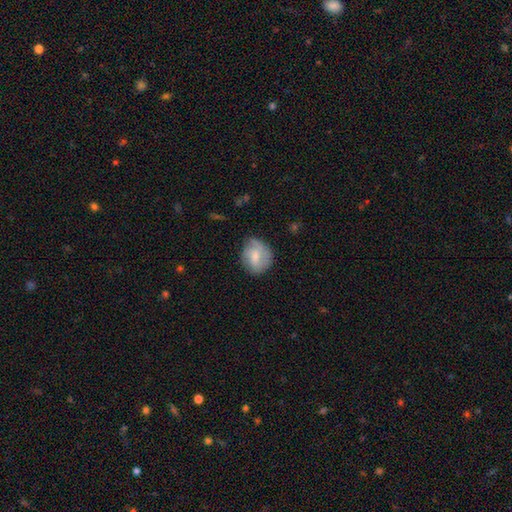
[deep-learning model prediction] Overall: smooth (63%; featured or disk 30%). How rounded: round (65%; in between 34%). Merging: none (61%; minor disturbance 29%).